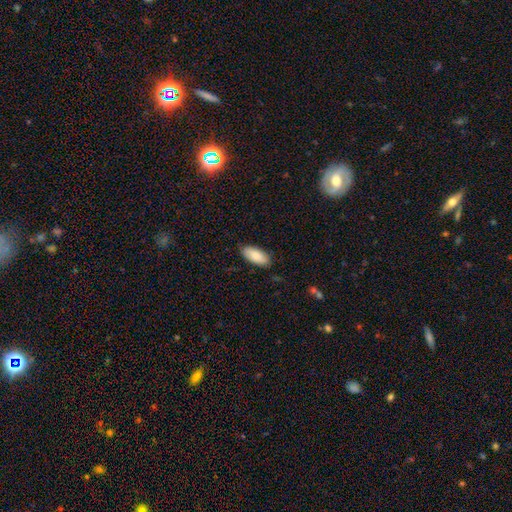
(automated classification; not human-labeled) Morphology: type=smooth (86%); roundness=in between (90%); merging=none (86%).